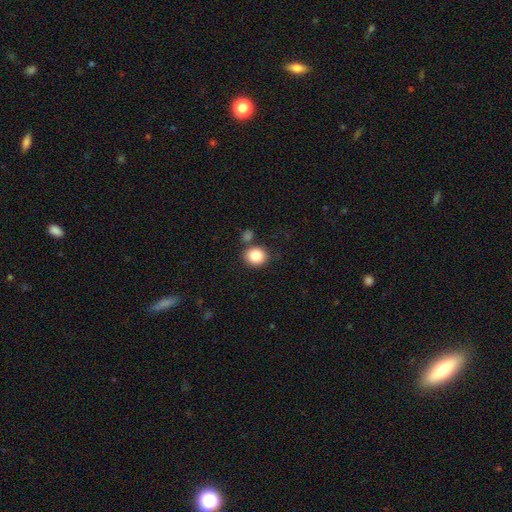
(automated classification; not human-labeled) The model was most divided on "how rounded": round: 77%, in between: 22%, cigar-shaped: 1%. More confident: smooth or featured — smooth (85%); merging — none (77%).